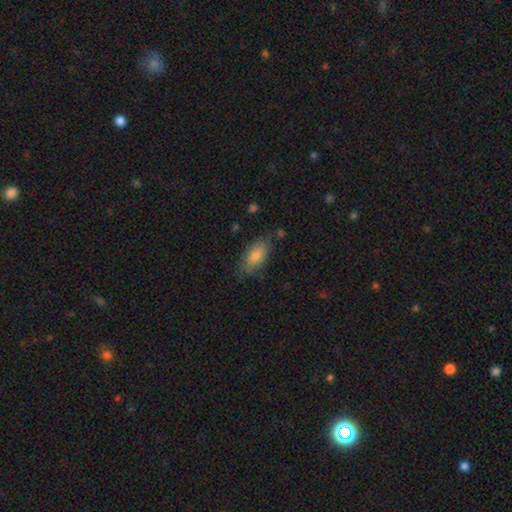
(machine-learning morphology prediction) A smooth galaxy with no disk features (80%) that is in between round and cigar-shaped (88%). Merging: none (77%).